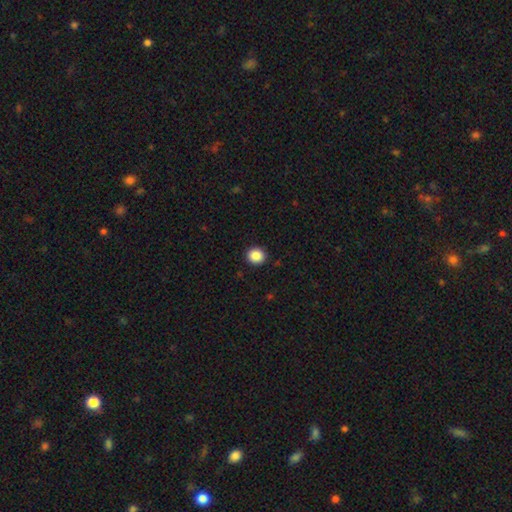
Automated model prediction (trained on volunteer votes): A smooth galaxy with no disk features (88%) that is round (85%). Merging: none (92%).